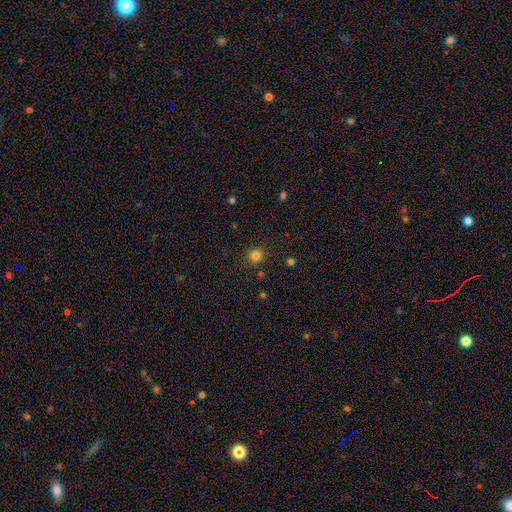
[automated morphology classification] smooth-or-featured: smooth: 80% | star or artifact: 15% | featured or disk: 5%
  how-rounded: round: 86% | in between: 13% | cigar-shaped: 1%
  merging: none: 85% | minor disturbance: 10% | major disturbance: 3% | merger: 2%